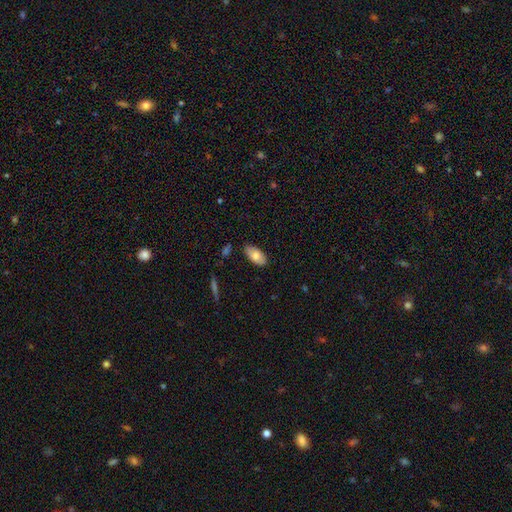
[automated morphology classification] This is likely a smooth galaxy (77%). How rounded: clearly in between (93%). Merging: clearly none (84%).